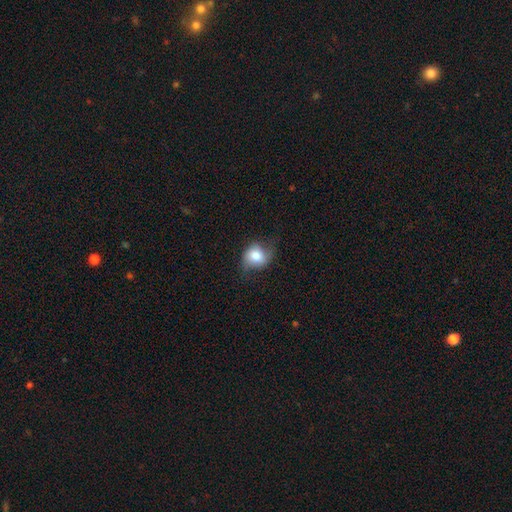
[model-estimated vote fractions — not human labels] smooth 70%, featured or disk 22%, star or artifact 8%. Down the decision tree: how rounded — round (60%); merging — none (57%).